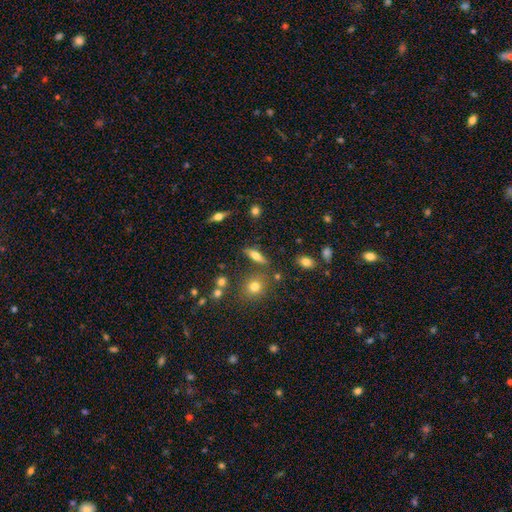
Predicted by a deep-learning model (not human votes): smooth_or_featured: smooth (p=0.45) [alt: featured or disk p=0.43]
merging: none (p=0.76) [alt: minor disturbance p=0.13]